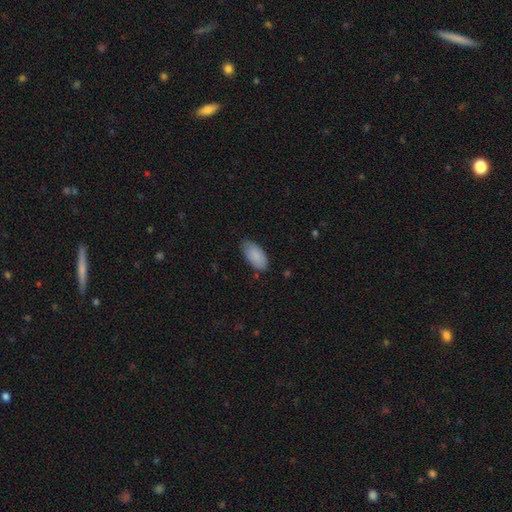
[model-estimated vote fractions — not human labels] smooth-or-featured: smooth: 87% | featured or disk: 7% | star or artifact: 6%
  how-rounded: in between: 94% | cigar-shaped: 4% | round: 2%
  merging: none: 75% | minor disturbance: 21% | major disturbance: 3% | merger: 1%